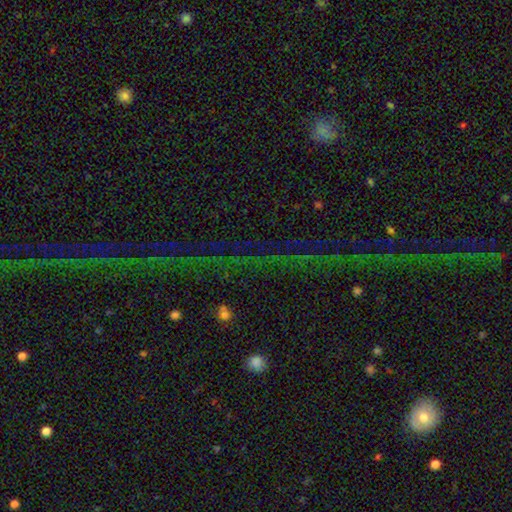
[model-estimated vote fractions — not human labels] A star or artifact, not a galaxy (73%).

Vote fractions:
- Smooth or featured? star or artifact: 73% / featured or disk: 16% / smooth: 11%